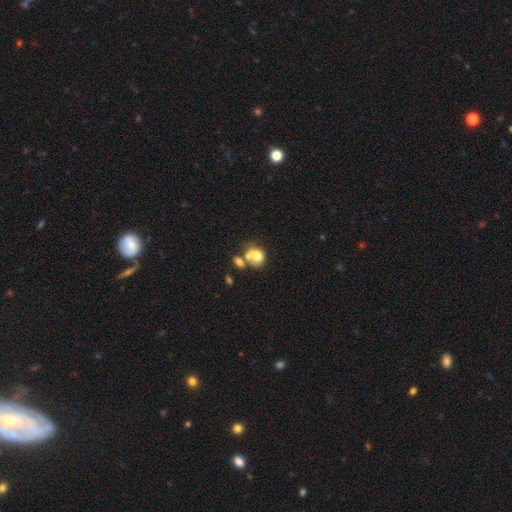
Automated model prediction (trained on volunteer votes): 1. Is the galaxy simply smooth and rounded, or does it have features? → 69% smooth, 22% featured or disk, 10% star or artifact.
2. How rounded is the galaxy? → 54% round, 45% in between, 1% cigar-shaped.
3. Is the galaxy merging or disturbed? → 54% merger, 26% none, 11% minor disturbance, 9% major disturbance.